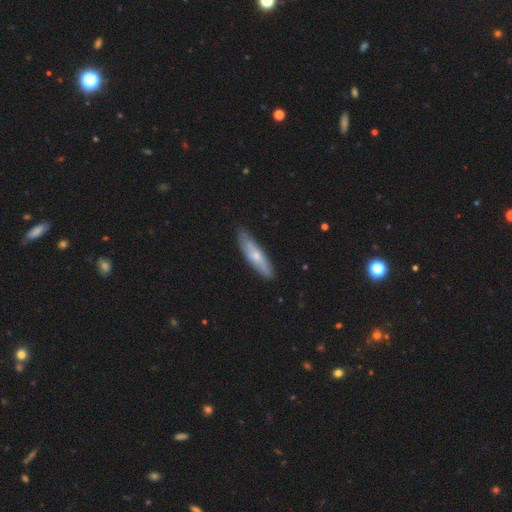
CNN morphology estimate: The model was most divided on "smooth or featured": smooth: 55%, featured or disk: 39%, star or artifact: 6%. More confident: merging — none (81%); how rounded — cigar-shaped (75%).